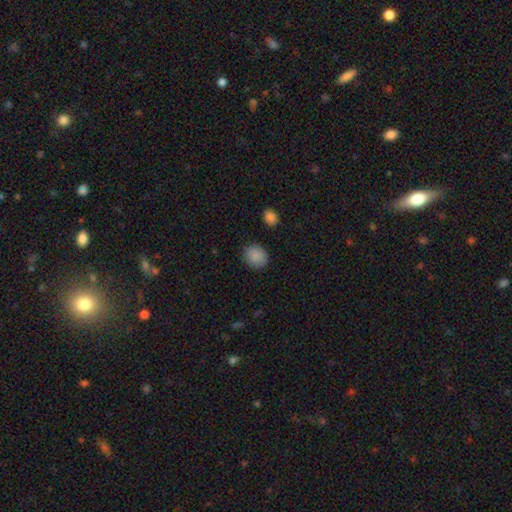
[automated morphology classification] Smooth or featured? smooth (88%)
How rounded? round (72%)
Merging? none (86%)